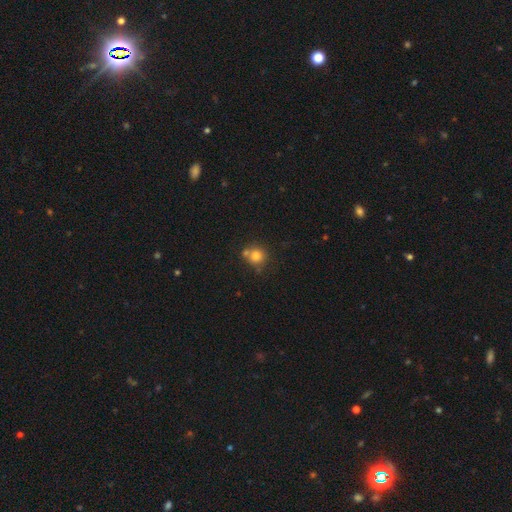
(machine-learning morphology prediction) The model was most divided on "merging": none: 57%, merger: 27%, minor disturbance: 12%, major disturbance: 4%. More confident: how rounded — round (89%); smooth or featured — smooth (78%).